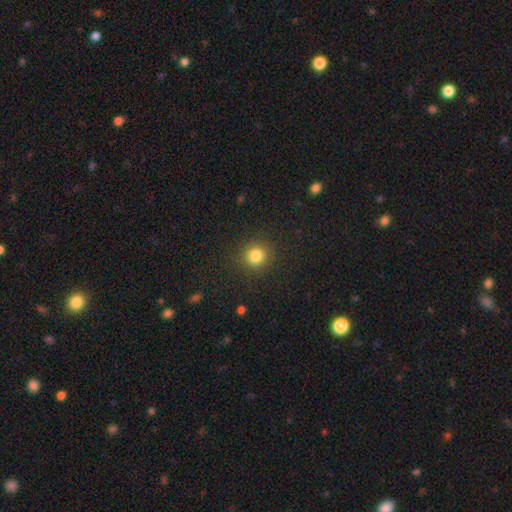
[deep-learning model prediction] smooth 83%, star or artifact 12%, featured or disk 5%. Down the decision tree: how rounded — round (90%); merging — none (89%).